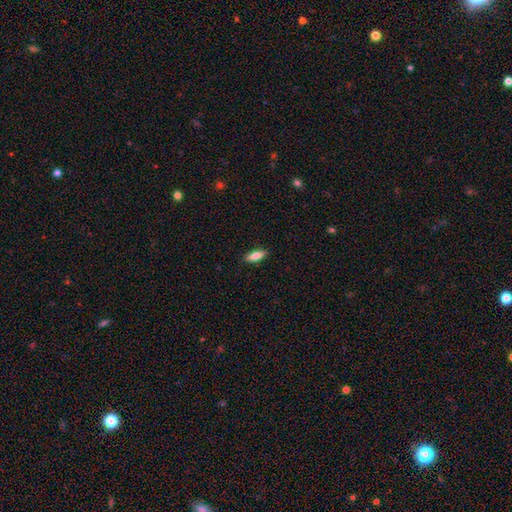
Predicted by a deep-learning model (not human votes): A smooth galaxy with no disk features (80%) that is in between round and cigar-shaped (67%).

Vote fractions:
- Smooth or featured? smooth: 80% / featured or disk: 14% / star or artifact: 7%
- How rounded? in between: 67% / cigar-shaped: 31% / round: 2%
- Merging? none: 88% / minor disturbance: 9% / major disturbance: 2% / merger: 1%